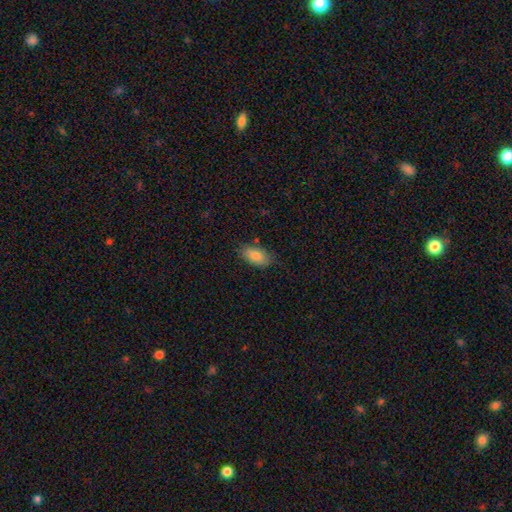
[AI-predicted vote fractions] This appears to be a smooth galaxy with no disk features (82%) that is in between round and cigar-shaped (92%). Merging: none (79%).